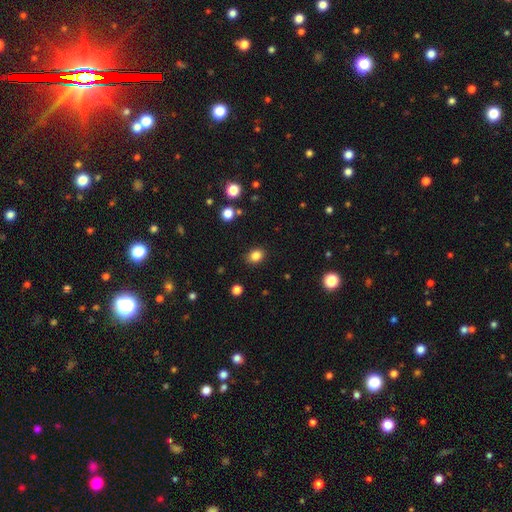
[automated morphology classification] This is clearly a smooth galaxy (85%). How rounded: possibly in between (54%). Merging: clearly none (87%).